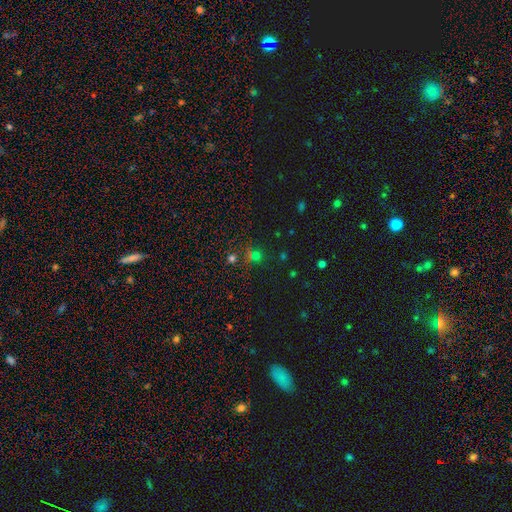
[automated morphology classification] Overall: smooth (47%; star or artifact 45%). Merging: none (62%; merger 22%).